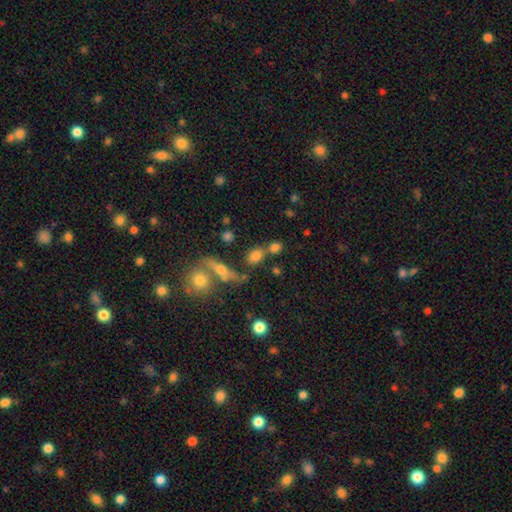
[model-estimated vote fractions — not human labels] smooth-or-featured: smooth: 74% | featured or disk: 13% | star or artifact: 13%
  how-rounded: in between: 63% | round: 30% | cigar-shaped: 7%
  merging: none: 55% | merger: 28% | minor disturbance: 11% | major disturbance: 5%